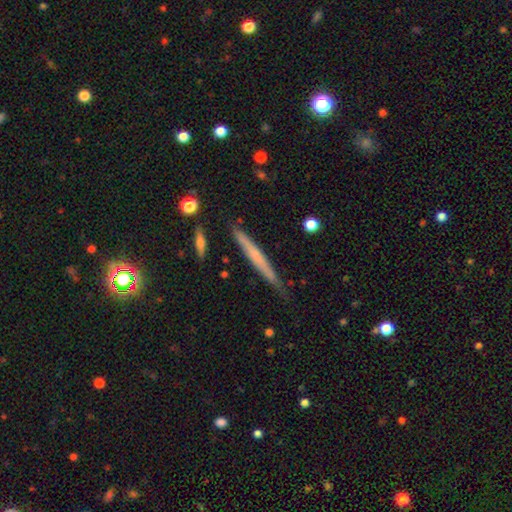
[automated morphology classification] smooth 48%, featured or disk 45%, star or artifact 7%. Down the decision tree: merging — none (81%).